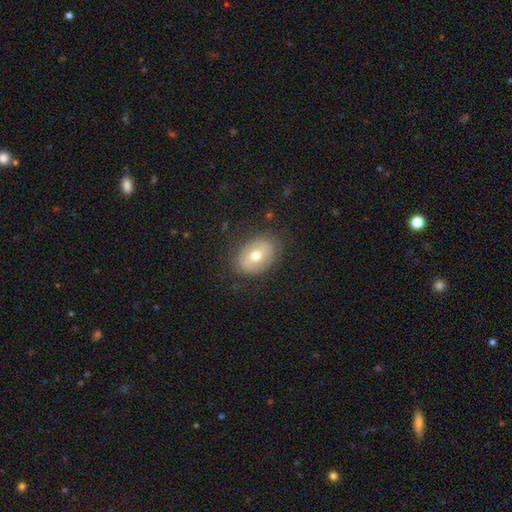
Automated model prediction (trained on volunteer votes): Smooth or featured: smooth — 57% (featured or disk — 35%)
How rounded: in between — 67% (round — 32%)
Merging: none — 81% (minor disturbance — 13%)